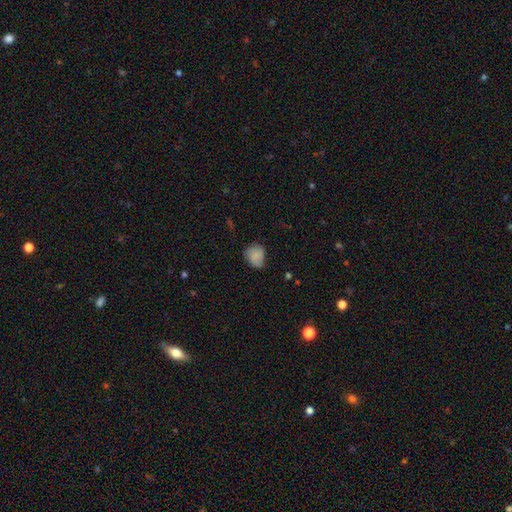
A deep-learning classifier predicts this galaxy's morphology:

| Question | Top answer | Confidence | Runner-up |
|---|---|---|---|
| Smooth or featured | smooth | 78% | featured or disk (13%) |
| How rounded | round | 61% | in between (38%) |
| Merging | none | 62% | minor disturbance (30%) |